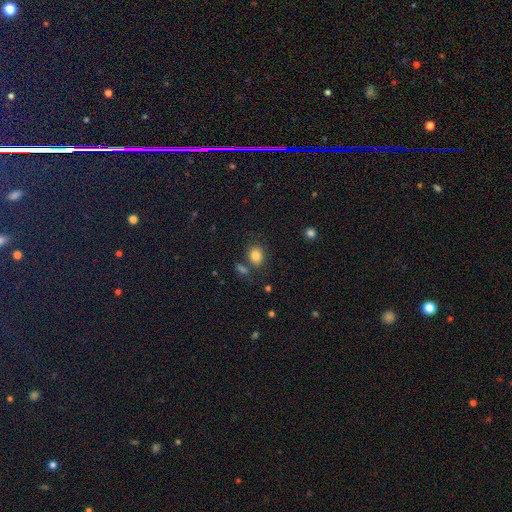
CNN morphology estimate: smooth 82%, star or artifact 10%, featured or disk 7%. Down the decision tree: how rounded — round (52%); merging — none (73%).